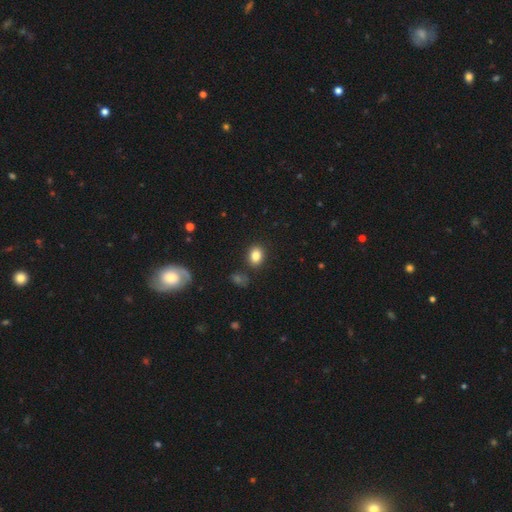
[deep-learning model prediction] This is clearly a smooth galaxy (84%). How rounded: likely in between (63%). Merging: clearly none (84%).